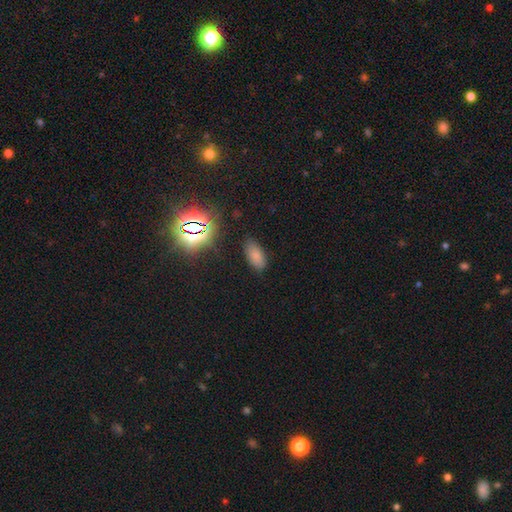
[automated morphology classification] smooth_or_featured: smooth (p=0.76) [alt: star or artifact p=0.17]
how_rounded: in between (p=0.91) [alt: cigar-shaped p=0.05]
merging: none (p=0.81) [alt: minor disturbance p=0.13]